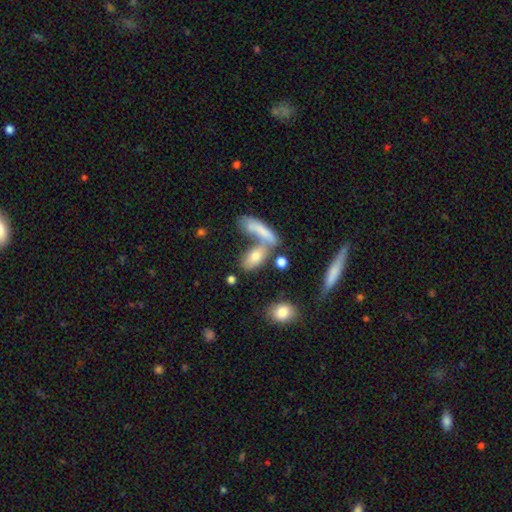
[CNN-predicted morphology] Smooth or featured: smooth — 67% (featured or disk — 22%)
How rounded: in between — 59% (cigar-shaped — 34%)
Merging: merger — 41% (none — 39%)